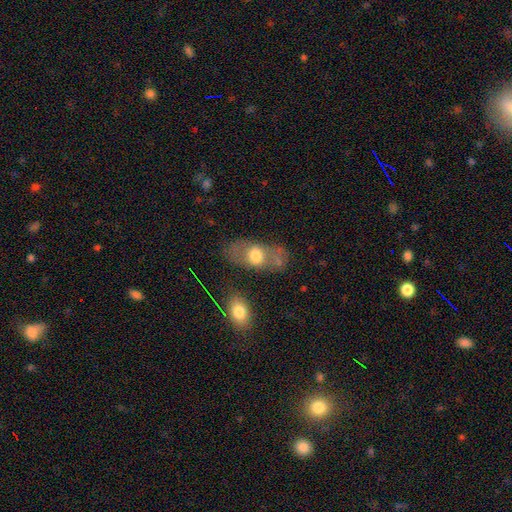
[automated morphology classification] smooth-or-featured: smooth: 55% | featured or disk: 36% | star or artifact: 9%
  how-rounded: in between: 81% | round: 12% | cigar-shaped: 7%
  merging: none: 61% | minor disturbance: 19% | major disturbance: 10% | merger: 10%